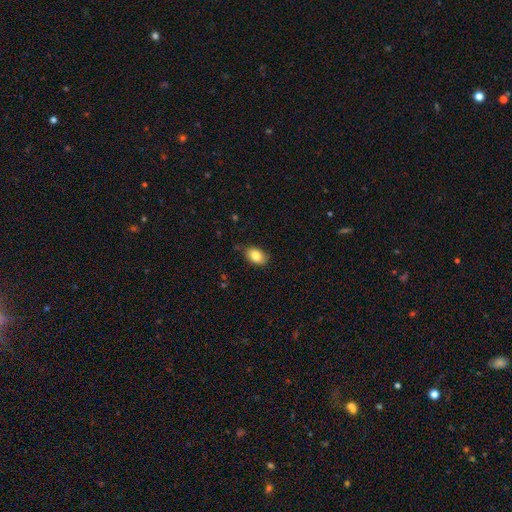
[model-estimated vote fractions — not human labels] A smooth galaxy with no disk features (83%) that is in between round and cigar-shaped (88%).

Vote fractions:
- Smooth or featured? smooth: 83% / featured or disk: 9% / star or artifact: 8%
- How rounded? in between: 88% / round: 11% / cigar-shaped: 1%
- Merging? none: 81% / minor disturbance: 15% / major disturbance: 2% / merger: 1%